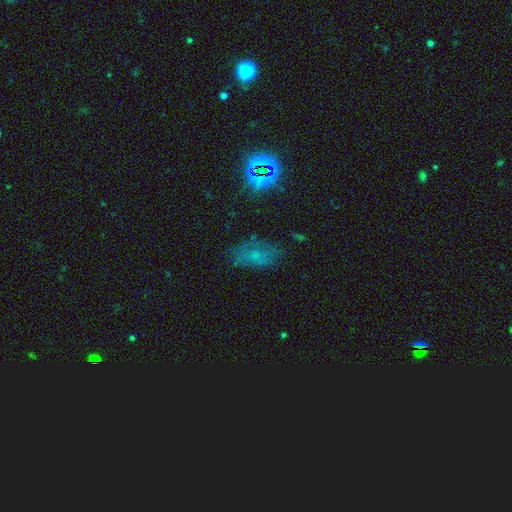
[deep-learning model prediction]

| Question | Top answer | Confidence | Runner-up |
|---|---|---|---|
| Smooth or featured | smooth | 47% | star or artifact (28%) |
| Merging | none | 59% | minor disturbance (24%) |